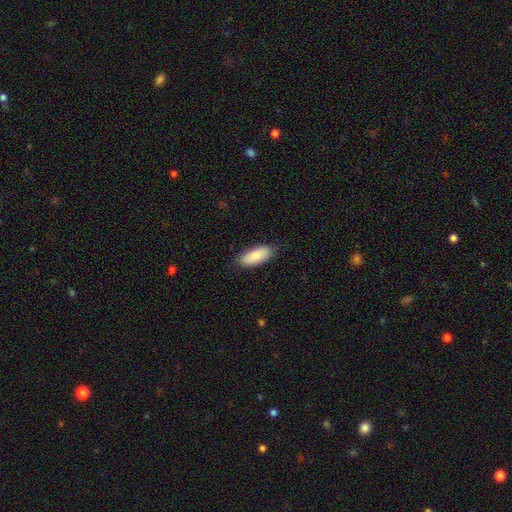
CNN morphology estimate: This appears to be a smooth galaxy with no disk features (86%) that is in between round and cigar-shaped (85%). Merging: none (82%).